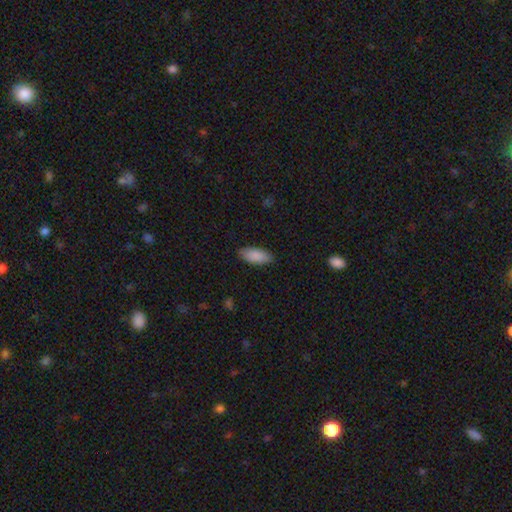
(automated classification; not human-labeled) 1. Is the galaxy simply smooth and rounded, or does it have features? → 89% smooth, 6% star or artifact, 5% featured or disk.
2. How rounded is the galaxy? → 85% in between, 13% cigar-shaped, 2% round.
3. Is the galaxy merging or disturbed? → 86% none, 11% minor disturbance, 2% major disturbance, 1% merger.